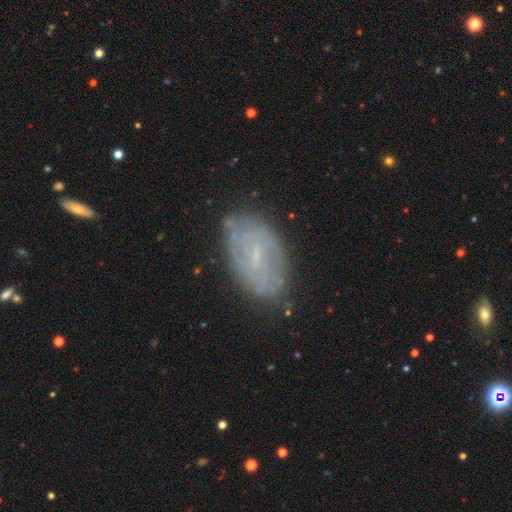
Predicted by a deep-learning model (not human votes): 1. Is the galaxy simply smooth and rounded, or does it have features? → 56% featured or disk, 34% smooth, 9% star or artifact.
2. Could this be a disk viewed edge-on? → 94% no, 6% yes.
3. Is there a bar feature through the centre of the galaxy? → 54% weak, 31% no, 15% strong.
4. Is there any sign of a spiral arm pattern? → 58% yes, 42% no.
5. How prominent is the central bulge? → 66% small, 19% none, 13% moderate, 1% large, 1% dominant.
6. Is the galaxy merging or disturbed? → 74% none, 18% minor disturbance, 6% major disturbance, 2% merger.